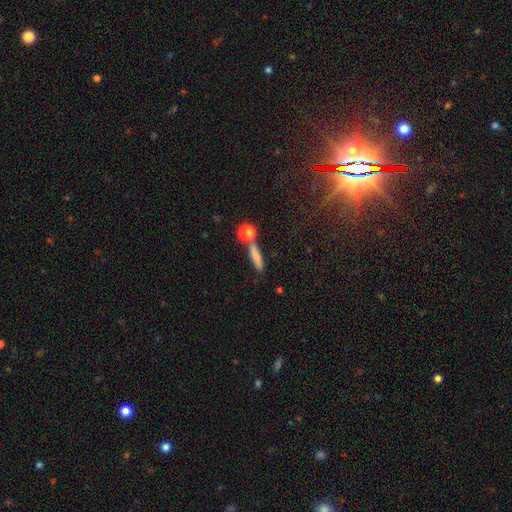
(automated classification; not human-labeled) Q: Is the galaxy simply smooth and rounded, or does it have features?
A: smooth — 76%.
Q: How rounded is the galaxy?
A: cigar-shaped — 74%.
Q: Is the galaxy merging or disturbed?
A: none — 71%.